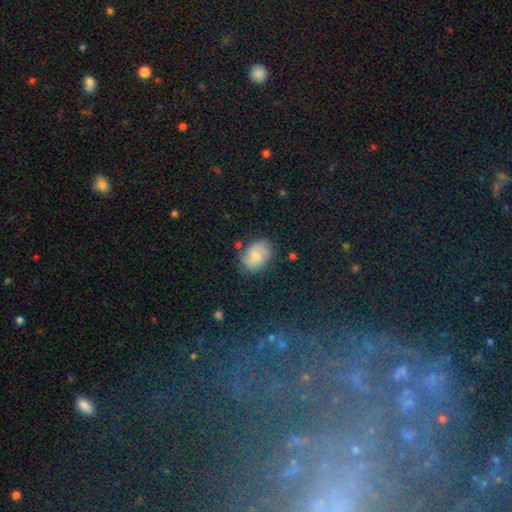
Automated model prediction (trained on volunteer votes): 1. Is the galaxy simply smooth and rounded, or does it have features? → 60% smooth, 31% featured or disk, 9% star or artifact.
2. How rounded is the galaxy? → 79% in between, 20% round, 1% cigar-shaped.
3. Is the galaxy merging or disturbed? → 75% none, 18% minor disturbance, 4% major disturbance, 3% merger.